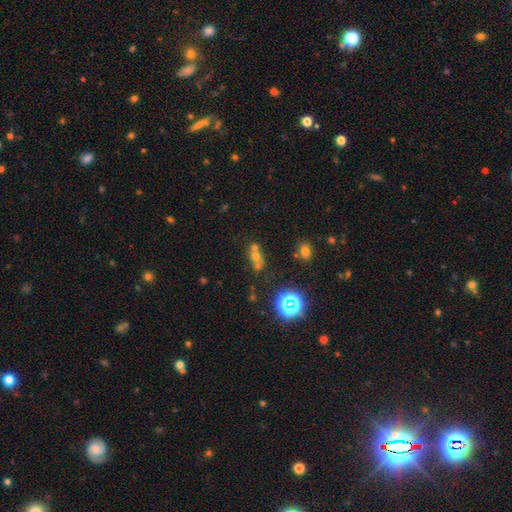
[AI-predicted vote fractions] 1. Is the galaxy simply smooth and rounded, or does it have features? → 51% smooth, 29% star or artifact, 21% featured or disk.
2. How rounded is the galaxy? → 62% round, 35% in between, 3% cigar-shaped.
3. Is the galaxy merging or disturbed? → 52% merger, 35% none, 8% minor disturbance, 5% major disturbance.